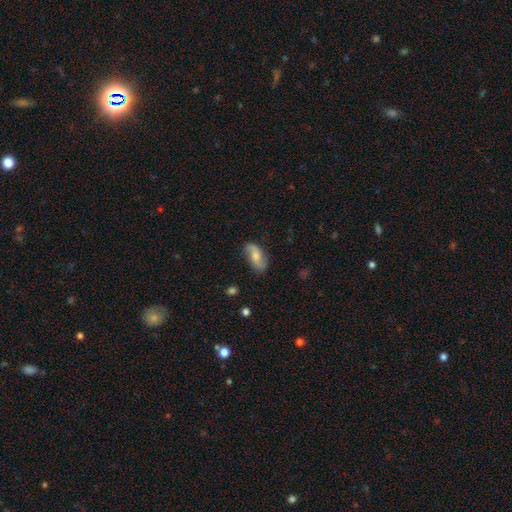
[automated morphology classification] The model was most divided on "bar": no: 57%, weak: 35%, strong: 7%. More confident: edge-on disk — no (95%); spiral arms — yes (92%); spiral arm count — 2 (90%); merging — none (77%); spiral winding — loose (64%); smooth or featured — featured or disk (61%); bulge size — moderate (53%).